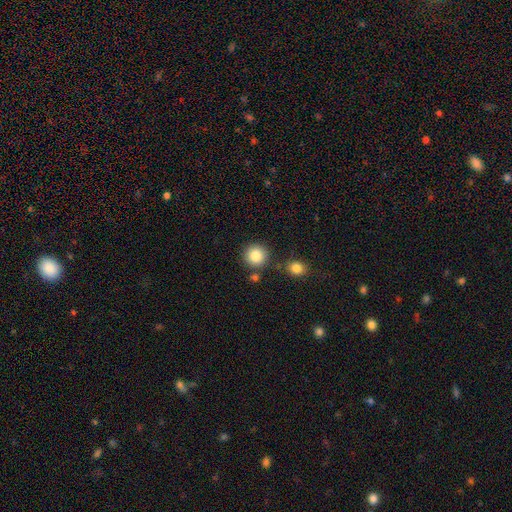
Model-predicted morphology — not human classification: type=smooth (86%); roundness=round (93%); merging=none (82%).